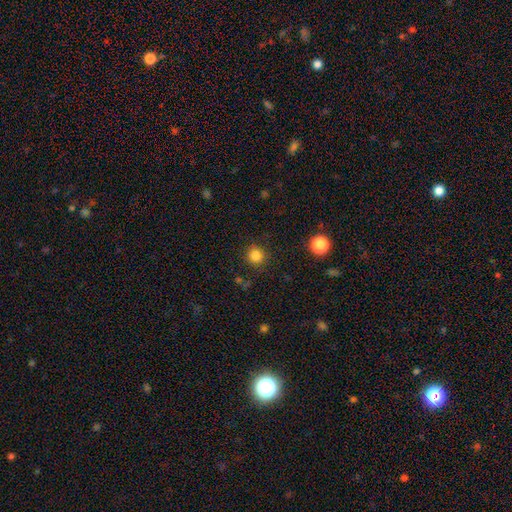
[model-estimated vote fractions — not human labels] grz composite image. It shows a smooth galaxy with no disk features (83%) that is round (94%). Merging: none (88%).